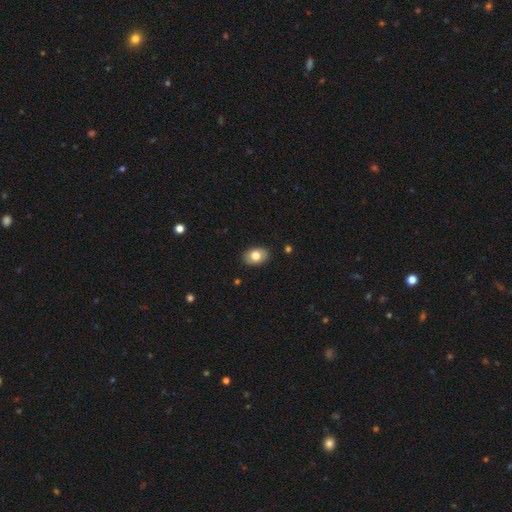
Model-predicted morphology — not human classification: A smooth galaxy with no disk features (79%) that is in between round and cigar-shaped (80%). Merging: none (88%).